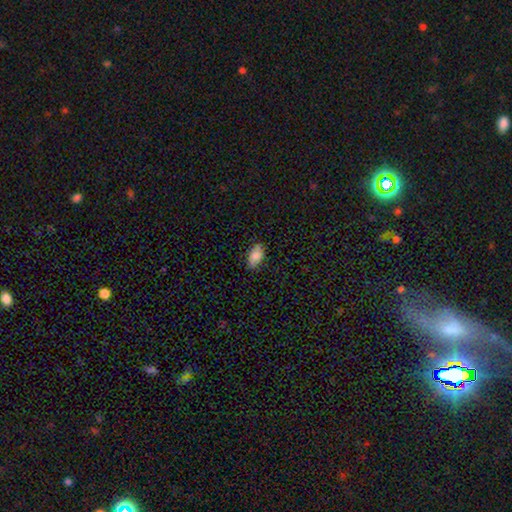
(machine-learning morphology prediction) smooth 83%, featured or disk 9%, star or artifact 8%. Down the decision tree: how rounded — in between (92%); merging — none (82%).